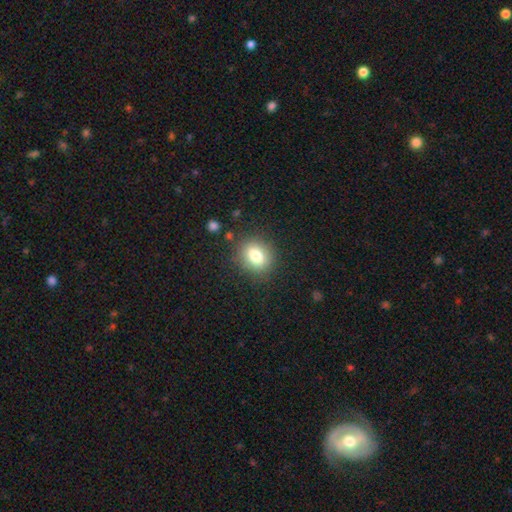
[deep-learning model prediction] Morphology: type=smooth (79%); roundness=round (62%); merging=none (85%).